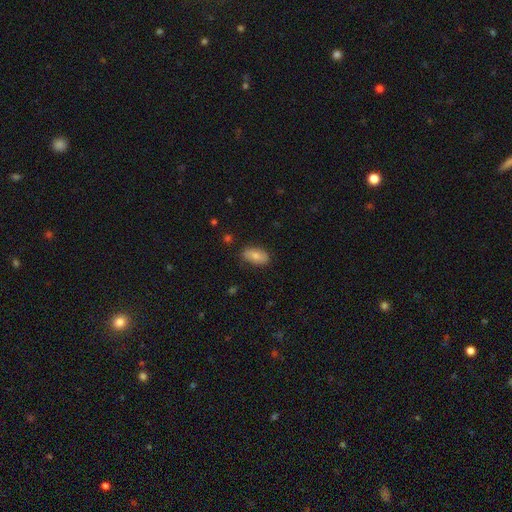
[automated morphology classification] Smooth or featured?
  - smooth: 76% *
  - featured or disk: 17%
  - star or artifact: 7%
How rounded?
  - in between: 92% *
  - cigar-shaped: 4%
  - round: 4%
Merging?
  - none: 83% *
  - minor disturbance: 14%
  - major disturbance: 3%
  - merger: 1%